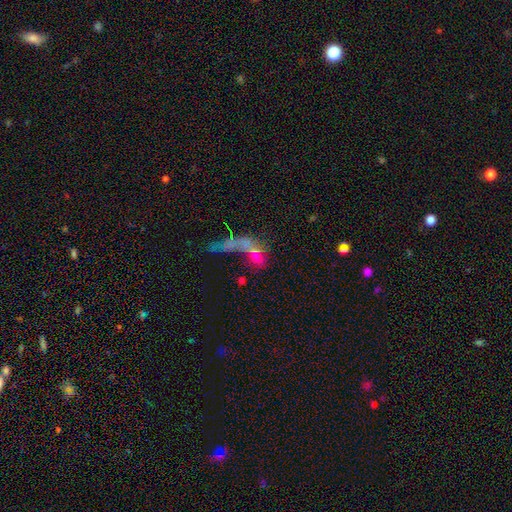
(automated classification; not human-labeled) smooth_or_featured: smooth (p=0.44) [alt: featured or disk p=0.33]
merging: merger (p=0.49) [alt: major disturbance p=0.22]